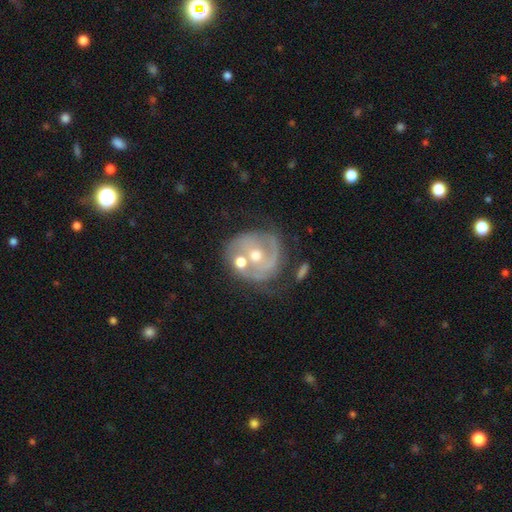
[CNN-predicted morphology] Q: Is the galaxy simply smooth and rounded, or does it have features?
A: featured or disk — 75%.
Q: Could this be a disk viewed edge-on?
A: no — 97%.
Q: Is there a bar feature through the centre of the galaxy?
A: no — 71%.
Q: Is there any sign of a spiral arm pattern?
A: yes — 73%.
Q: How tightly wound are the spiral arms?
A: tight — 53%.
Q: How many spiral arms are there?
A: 2 — 46%.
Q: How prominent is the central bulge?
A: moderate — 74%.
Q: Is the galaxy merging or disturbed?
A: none — 45%.